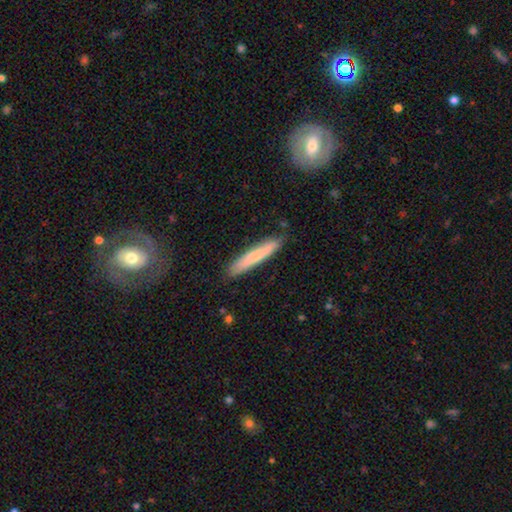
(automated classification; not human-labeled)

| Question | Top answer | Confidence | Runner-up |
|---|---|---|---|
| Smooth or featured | smooth | 67% | featured or disk (27%) |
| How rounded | cigar-shaped | 93% | in between (6%) |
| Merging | none | 85% | minor disturbance (11%) |